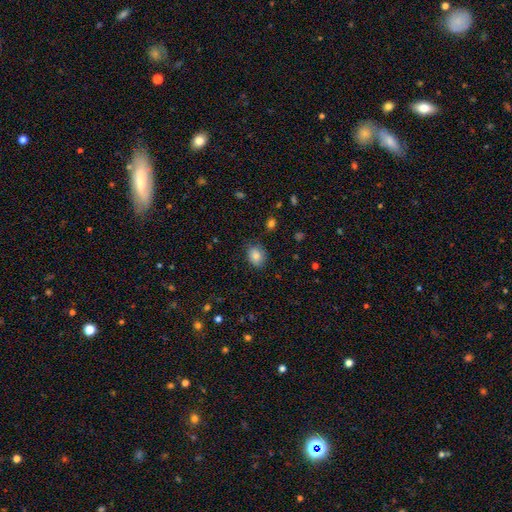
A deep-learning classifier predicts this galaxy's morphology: type=smooth (83%); roundness=in between (52%); merging=none (81%).